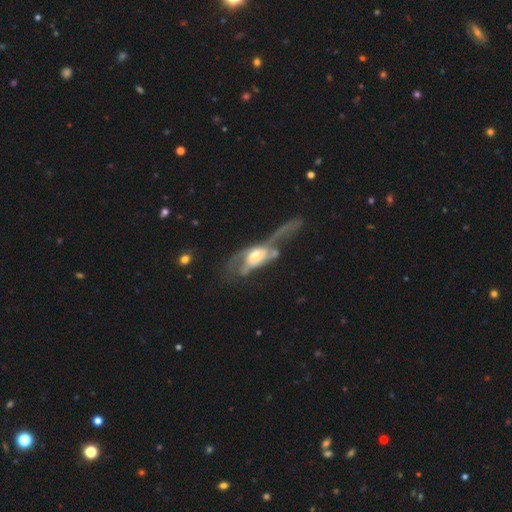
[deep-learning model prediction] Smooth or featured: featured or disk — 68% (smooth — 25%)
Edge-on disk: no — 83% (yes — 17%)
Bar: no — 67% (weak — 24%)
Spiral arms: yes — 59% (no — 41%)
Bulge size: moderate — 51% (large — 27%)
Merging: major disturbance — 50% (merger — 21%)